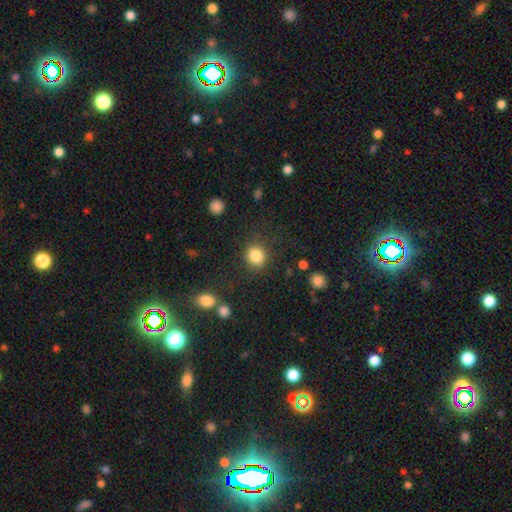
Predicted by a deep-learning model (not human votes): smooth 85%, star or artifact 10%, featured or disk 5%. Down the decision tree: how rounded — round (79%); merging — none (83%).